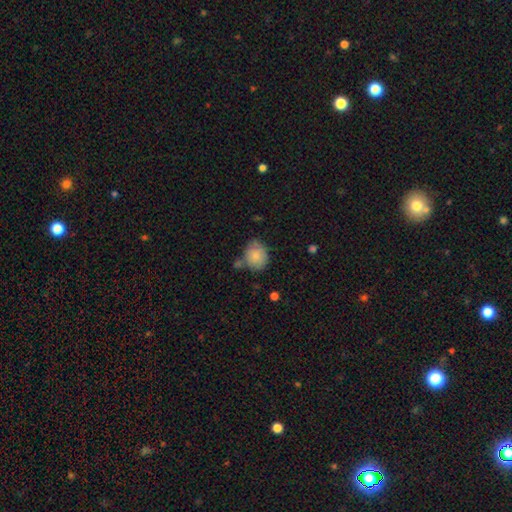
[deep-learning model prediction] smooth 81%, featured or disk 11%, star or artifact 7%. Down the decision tree: how rounded — round (63%); merging — none (59%).